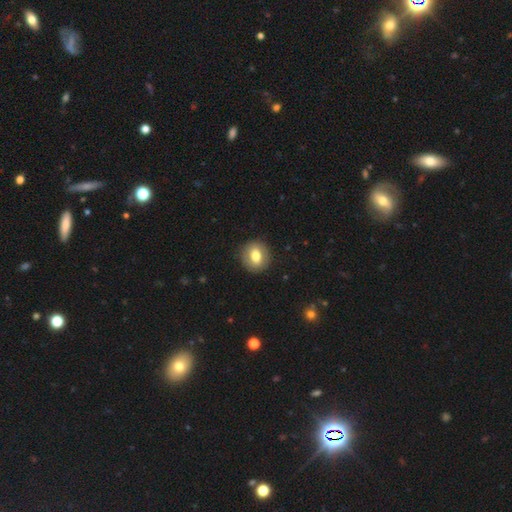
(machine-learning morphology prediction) This appears to be a smooth galaxy with no disk features (70%) that is round (76%). Merging: none (88%).